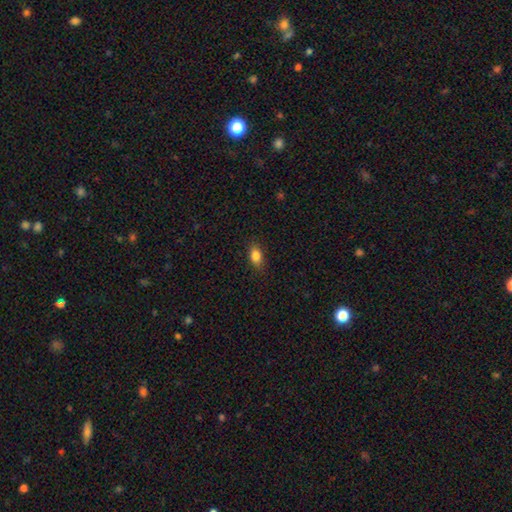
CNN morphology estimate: smooth 84%, star or artifact 9%, featured or disk 7%. Down the decision tree: how rounded — in between (84%); merging — none (85%).